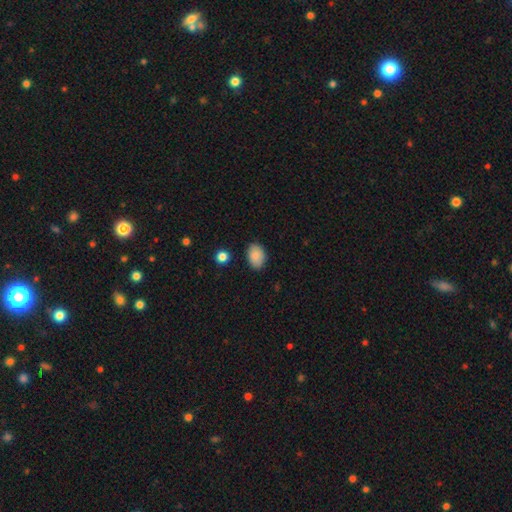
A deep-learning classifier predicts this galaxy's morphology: The model was most divided on "how rounded": in between: 82%, round: 17%, cigar-shaped: 1%. More confident: smooth or featured — smooth (88%); merging — none (84%).